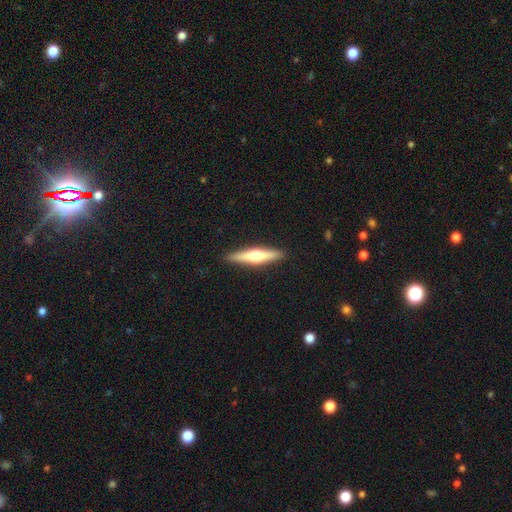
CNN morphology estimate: type=featured or disk (53%); edge-on=yes (96%); edge-on bulge=rounded (90%); merging=none (91%).